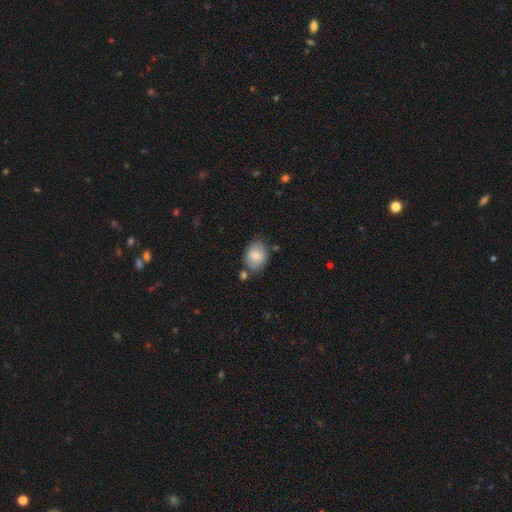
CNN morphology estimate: smooth 77%, featured or disk 16%, star or artifact 7%. Down the decision tree: how rounded — in between (66%); merging — none (72%).